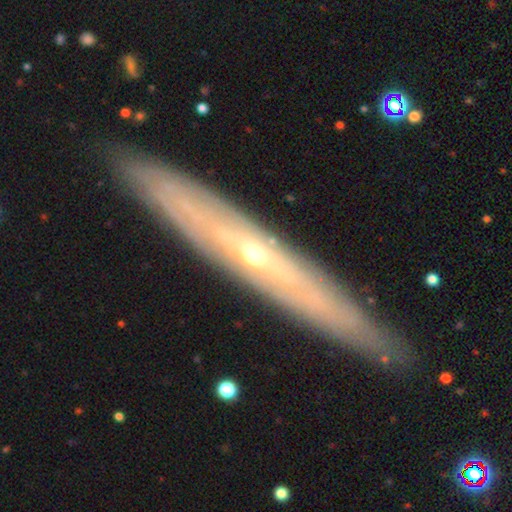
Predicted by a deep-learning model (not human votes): smooth-or-featured: featured or disk: 76% | smooth: 16% | star or artifact: 8%
  disk-edge-on: yes: 82% | no: 18%
    edge-on-bulge: rounded: 65% | none: 33% | boxy: 2%
  merging: none: 90% | minor disturbance: 8% | major disturbance: 1% | merger: 1%